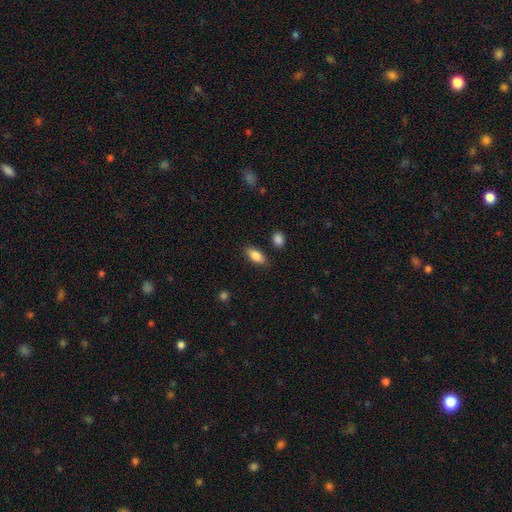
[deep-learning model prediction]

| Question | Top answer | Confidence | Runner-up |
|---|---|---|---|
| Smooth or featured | smooth | 84% | featured or disk (9%) |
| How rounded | in between | 86% | cigar-shaped (10%) |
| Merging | none | 84% | minor disturbance (11%) |